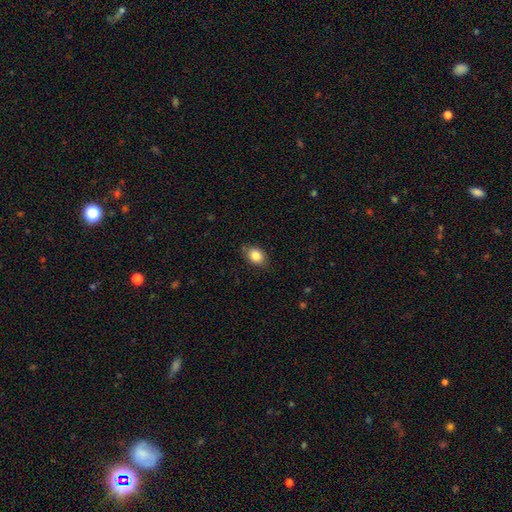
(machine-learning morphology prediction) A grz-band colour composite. It shows a smooth galaxy with no disk features (85%) that is in between round and cigar-shaped (69%). Merging: none (80%).